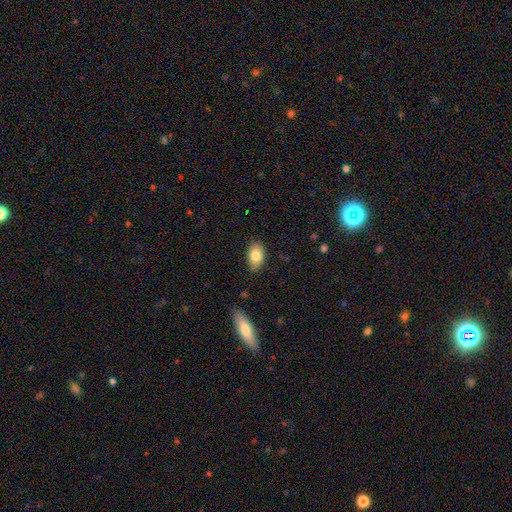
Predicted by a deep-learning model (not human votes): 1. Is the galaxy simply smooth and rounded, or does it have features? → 81% smooth, 12% featured or disk, 7% star or artifact.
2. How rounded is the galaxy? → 90% in between, 8% round, 2% cigar-shaped.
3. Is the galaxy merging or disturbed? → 82% none, 14% minor disturbance, 2% major disturbance, 1% merger.